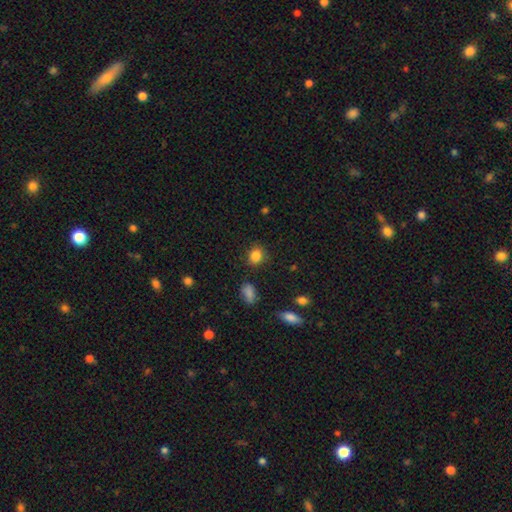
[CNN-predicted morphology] Smooth or featured?
  - smooth: 85% *
  - star or artifact: 10%
  - featured or disk: 5%
How rounded?
  - round: 54% *
  - in between: 45%
  - cigar-shaped: 1%
Merging?
  - none: 85% *
  - minor disturbance: 10%
  - major disturbance: 3%
  - merger: 2%